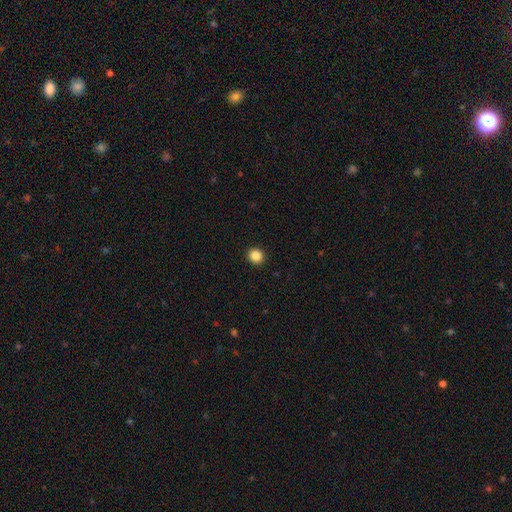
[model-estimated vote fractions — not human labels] smooth_or_featured: smooth (p=0.86) [alt: star or artifact p=0.10]
how_rounded: round (p=0.88) [alt: in between p=0.11]
merging: none (p=0.93) [alt: minor disturbance p=0.04]